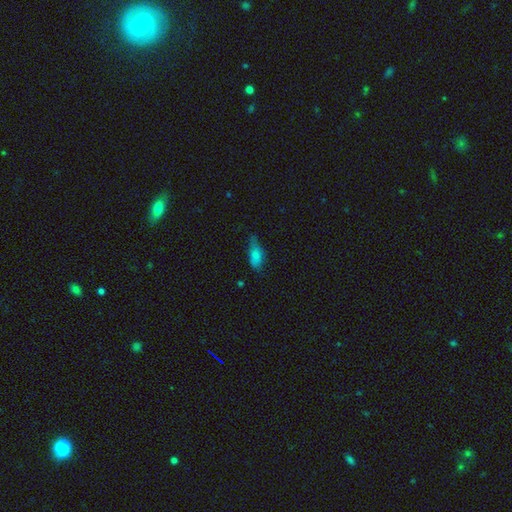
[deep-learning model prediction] smooth 78%, featured or disk 13%, star or artifact 9%. Down the decision tree: how rounded — in between (77%); merging — none (52%).